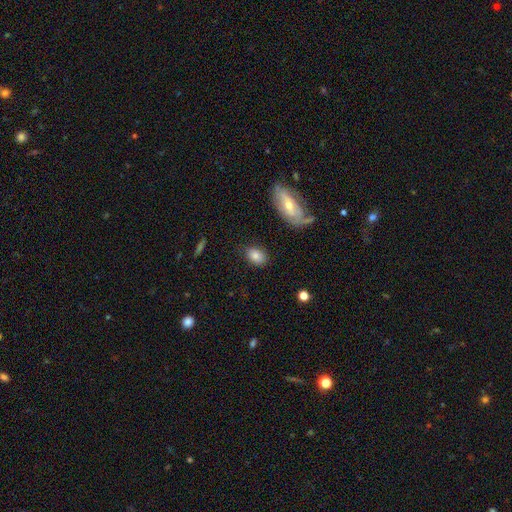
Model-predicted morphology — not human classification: A smooth galaxy with no disk features (80%) that is in between round and cigar-shaped (81%).

Vote fractions:
- Smooth or featured? smooth: 80% / featured or disk: 11% / star or artifact: 9%
- How rounded? in between: 81% / round: 17% / cigar-shaped: 2%
- Merging? none: 82% / minor disturbance: 12% / major disturbance: 3% / merger: 2%